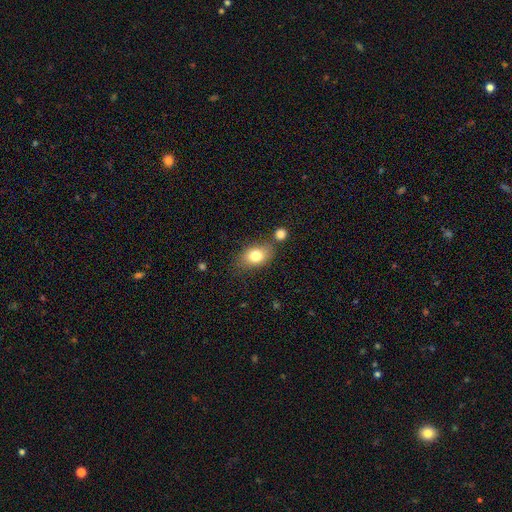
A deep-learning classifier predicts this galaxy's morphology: This is likely a smooth galaxy (78%). How rounded: likely in between (79%). Merging: likely none (67%).